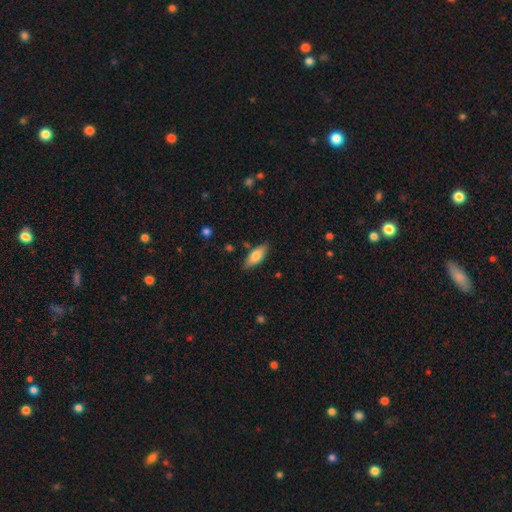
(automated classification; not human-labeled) This appears to be a smooth galaxy with no disk features (76%) that is in between round and cigar-shaped (72%). Merging: none (84%).